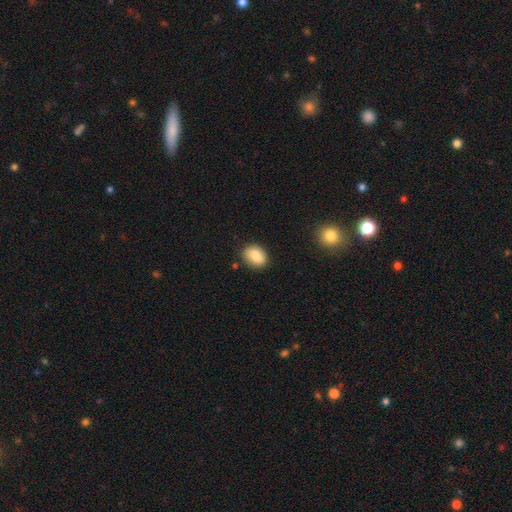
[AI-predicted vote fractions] A smooth galaxy with no disk features (85%) that is in between round and cigar-shaped (72%).

Vote fractions:
- Smooth or featured? smooth: 85% / star or artifact: 8% / featured or disk: 7%
- How rounded? in between: 72% / round: 27% / cigar-shaped: 1%
- Merging? none: 81% / minor disturbance: 14% / major disturbance: 3% / merger: 2%